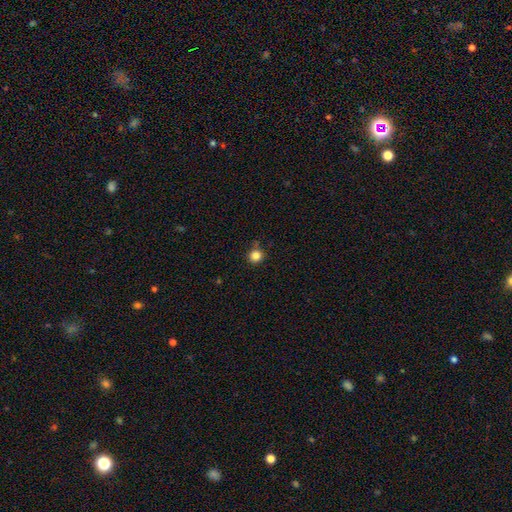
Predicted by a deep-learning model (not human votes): Smooth or featured: smooth — 84% (star or artifact — 12%)
How rounded: round — 94% (in between — 5%)
Merging: none — 82% (minor disturbance — 11%)